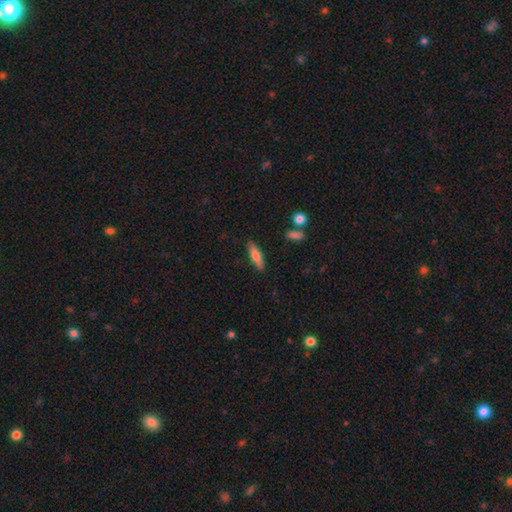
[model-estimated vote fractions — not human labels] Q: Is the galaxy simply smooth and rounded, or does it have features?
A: smooth — 65%.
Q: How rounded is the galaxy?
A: cigar-shaped — 68%.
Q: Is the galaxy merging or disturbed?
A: none — 87%.